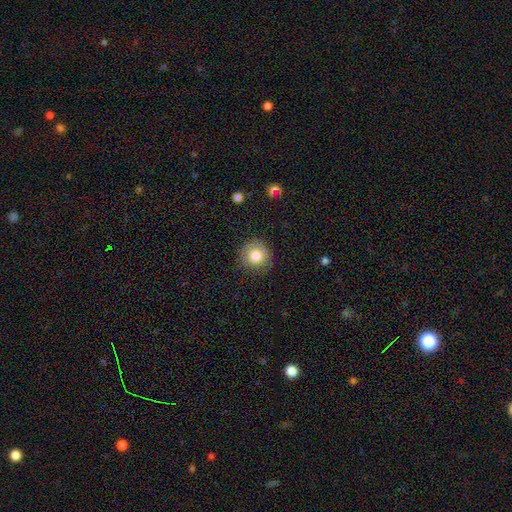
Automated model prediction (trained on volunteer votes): Smooth or featured: smooth — 80% (star or artifact — 10%)
How rounded: round — 93% (in between — 6%)
Merging: none — 83% (minor disturbance — 12%)